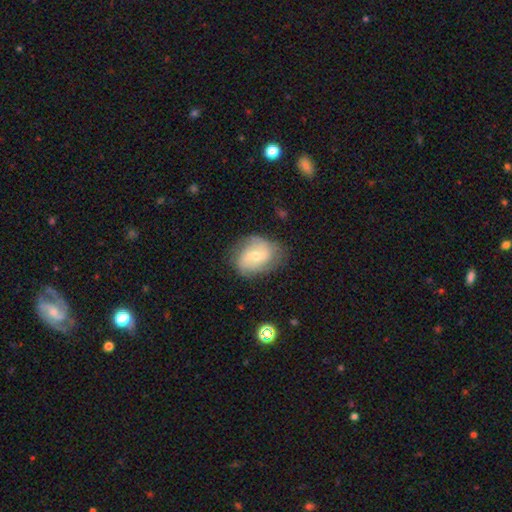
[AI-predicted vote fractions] A featured or disk galaxy (61%) with a weak bar (49%), spiral arms (83%) and a moderate central bulge (51%).

Vote fractions:
- Smooth or featured? featured or disk: 61% / smooth: 32% / star or artifact: 7%
- Edge-on disk? no: 96% / yes: 4%
- Bar? weak: 49% / no: 38% / strong: 13%
- Spiral arms? yes: 83% / no: 17%
- Bulge size? moderate: 51% / small: 44% / large: 3% / none: 1% / dominant: 1%
- Merging? none: 69% / minor disturbance: 22% / major disturbance: 8% / merger: 1%